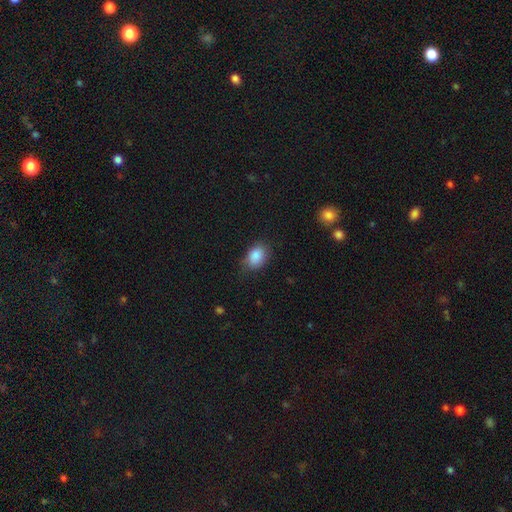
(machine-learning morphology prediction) Smooth or featured?
  - smooth: 87% *
  - star or artifact: 8%
  - featured or disk: 6%
How rounded?
  - in between: 75% *
  - round: 24%
  - cigar-shaped: 1%
Merging?
  - none: 71% *
  - minor disturbance: 22%
  - major disturbance: 5%
  - merger: 1%